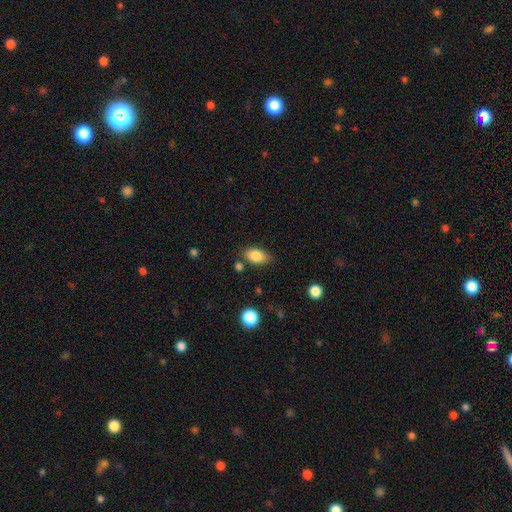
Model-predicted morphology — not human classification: smooth_or_featured: smooth (p=0.85) [alt: star or artifact p=0.08]
how_rounded: in between (p=0.90) [alt: round p=0.07]
merging: none (p=0.75) [alt: minor disturbance p=0.16]